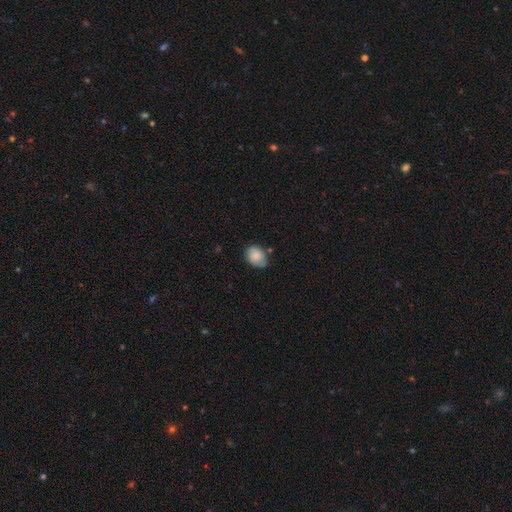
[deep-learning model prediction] Smooth or featured? smooth (79%)
How rounded? in between (61%)
Merging? none (67%)